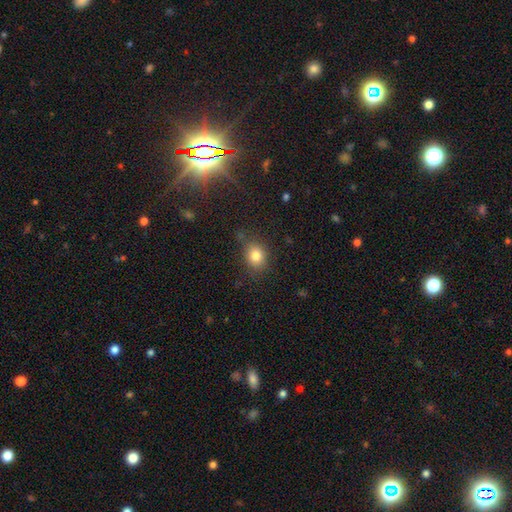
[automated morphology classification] The model was most divided on "how rounded": round: 64%, in between: 35%, cigar-shaped: 1%. More confident: smooth or featured — smooth (81%); merging — none (77%).